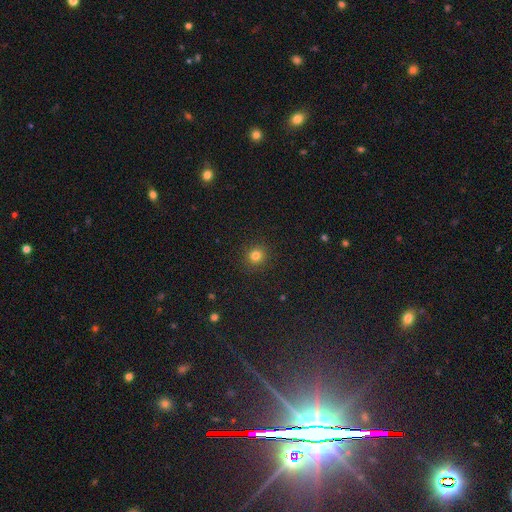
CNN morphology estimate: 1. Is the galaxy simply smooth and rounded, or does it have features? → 81% smooth, 14% star or artifact, 5% featured or disk.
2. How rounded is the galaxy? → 89% round, 10% in between, 1% cigar-shaped.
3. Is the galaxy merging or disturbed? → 90% none, 6% minor disturbance, 2% major disturbance, 1% merger.